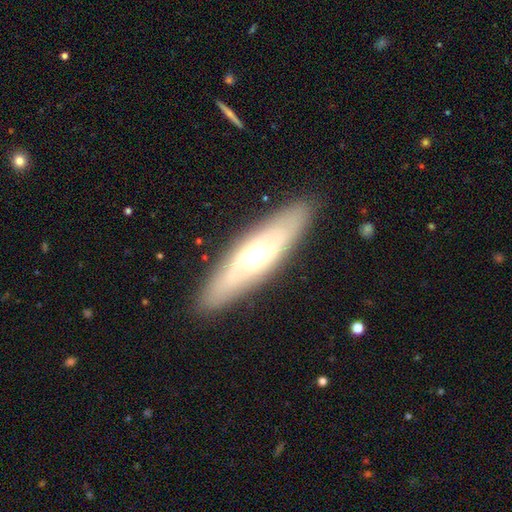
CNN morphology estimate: smooth_or_featured: featured or disk (p=0.59) [alt: smooth p=0.35]
disk_edge_on: no (p=0.53) [alt: yes p=0.47]
merging: none (p=0.88) [alt: minor disturbance p=0.09]